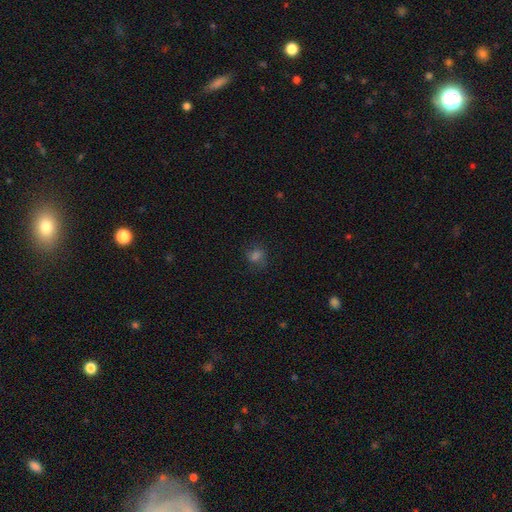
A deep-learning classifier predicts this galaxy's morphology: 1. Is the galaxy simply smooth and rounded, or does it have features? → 64% smooth, 24% star or artifact, 12% featured or disk.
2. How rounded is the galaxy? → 63% round, 35% in between, 1% cigar-shaped.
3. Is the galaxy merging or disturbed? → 72% none, 18% minor disturbance, 9% major disturbance, 2% merger.